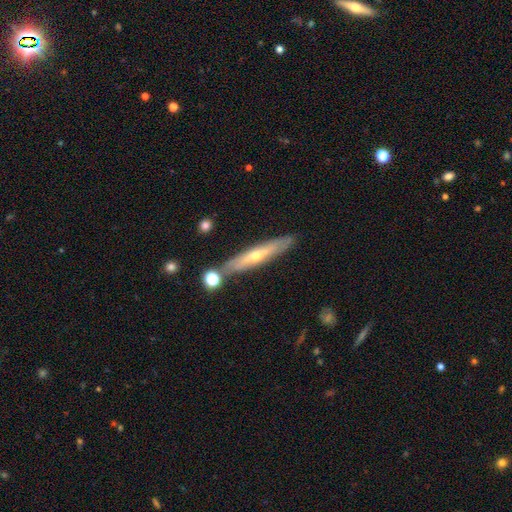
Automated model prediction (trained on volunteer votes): smooth_or_featured: featured or disk (p=0.62) [alt: smooth p=0.31]
disk_edge_on: yes (p=0.85) [alt: no p=0.15]
edge_on_bulge: rounded (p=0.74) [alt: none p=0.23]
merging: none (p=0.82) [alt: minor disturbance p=0.11]